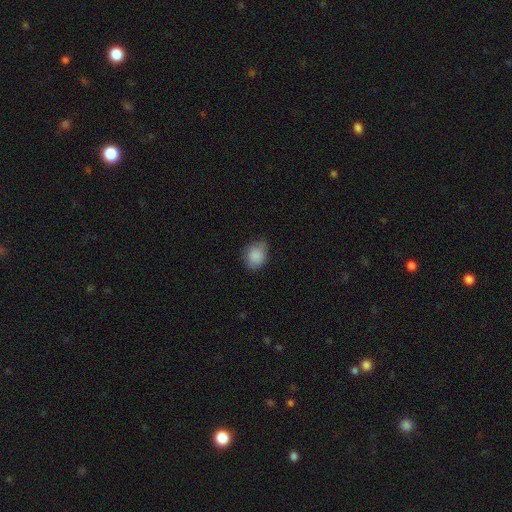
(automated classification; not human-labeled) Smooth or featured?
  - smooth: 86% *
  - star or artifact: 8%
  - featured or disk: 5%
How rounded?
  - round: 53% *
  - in between: 46%
  - cigar-shaped: 1%
Merging?
  - none: 63% *
  - minor disturbance: 30%
  - major disturbance: 5%
  - merger: 1%